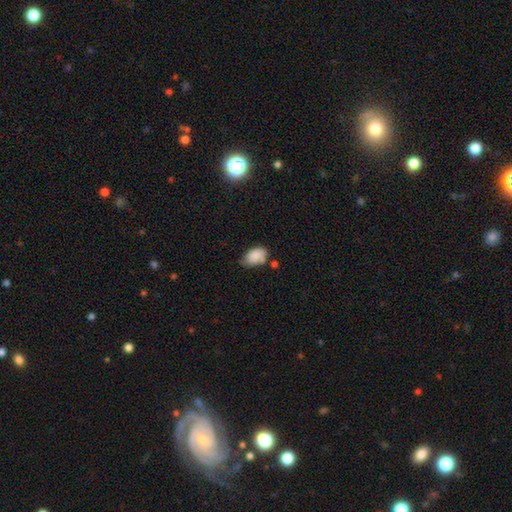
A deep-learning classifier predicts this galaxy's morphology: A smooth galaxy with no disk features (84%) that is in between round and cigar-shaped (89%).

Vote fractions:
- Smooth or featured? smooth: 84% / featured or disk: 8% / star or artifact: 8%
- How rounded? in between: 89% / round: 10% / cigar-shaped: 1%
- Merging? none: 48% / minor disturbance: 36% / merger: 8% / major disturbance: 8%